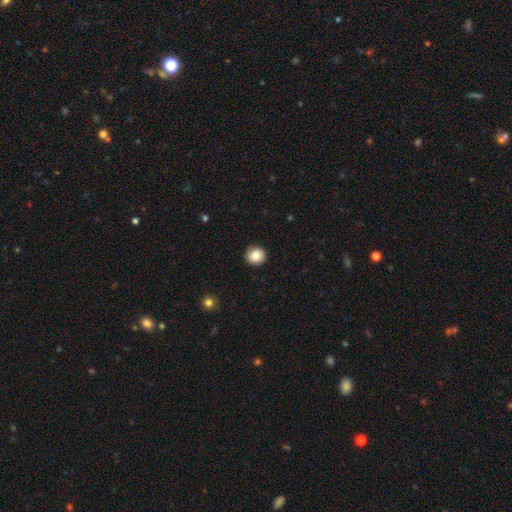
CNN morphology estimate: smooth_or_featured: smooth (p=0.86) [alt: star or artifact p=0.09]
how_rounded: round (p=0.92) [alt: in between p=0.07]
merging: none (p=0.91) [alt: minor disturbance p=0.07]